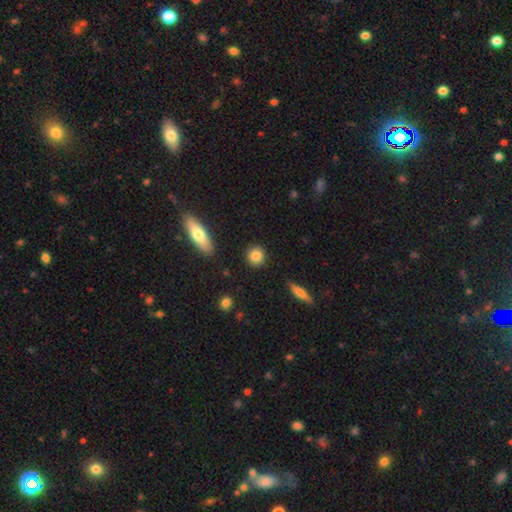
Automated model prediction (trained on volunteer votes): A smooth galaxy with no disk features (85%) that is round (87%). Merging: none (90%).